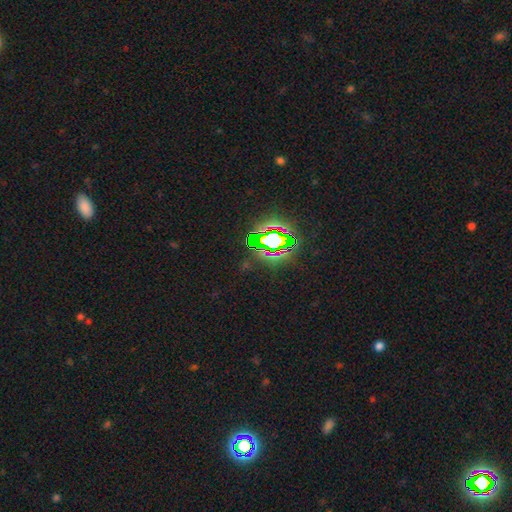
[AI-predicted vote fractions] Smooth or featured? Predicted: star or artifact (p=0.80).